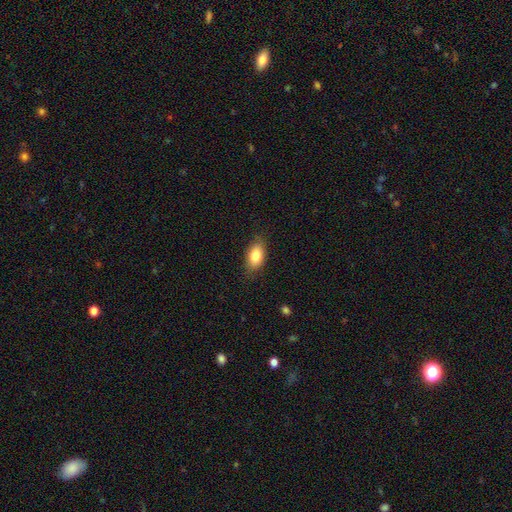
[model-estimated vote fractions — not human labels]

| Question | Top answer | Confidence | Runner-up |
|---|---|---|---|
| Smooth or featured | smooth | 83% | featured or disk (10%) |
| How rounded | in between | 89% | round (6%) |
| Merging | none | 83% | minor disturbance (13%) |